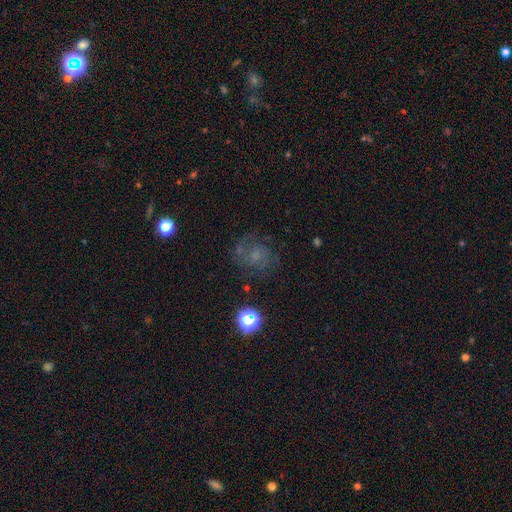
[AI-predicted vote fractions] Smooth or featured: featured or disk — 48% (smooth — 30%)
Merging: none — 65% (minor disturbance — 18%)